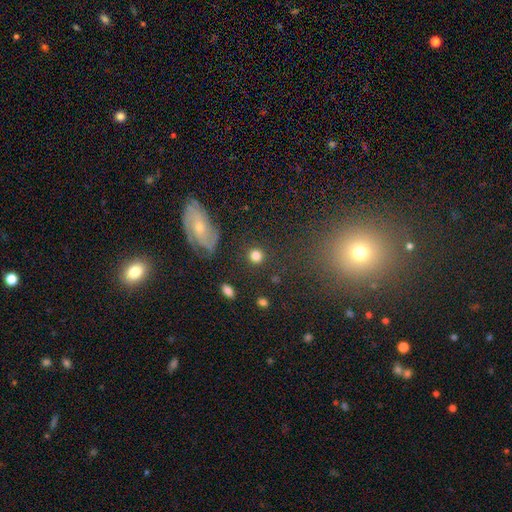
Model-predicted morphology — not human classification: smooth-or-featured: smooth: 83% | star or artifact: 10% | featured or disk: 7%
  how-rounded: round: 90% | in between: 9% | cigar-shaped: 1%
  merging: none: 86% | minor disturbance: 7% | major disturbance: 4% | merger: 3%